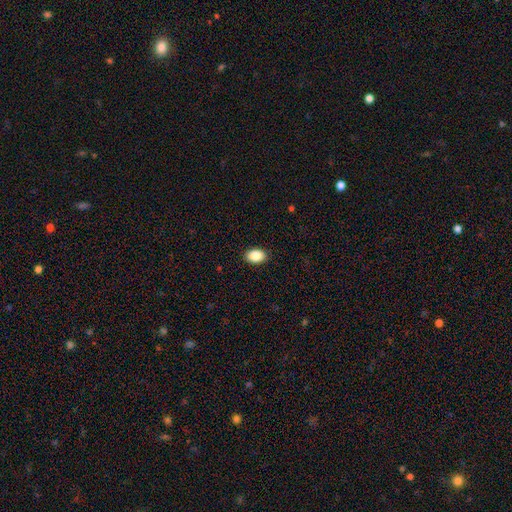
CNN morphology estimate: A smooth galaxy with no disk features (89%) that is in between round and cigar-shaped (85%). Merging: none (90%).